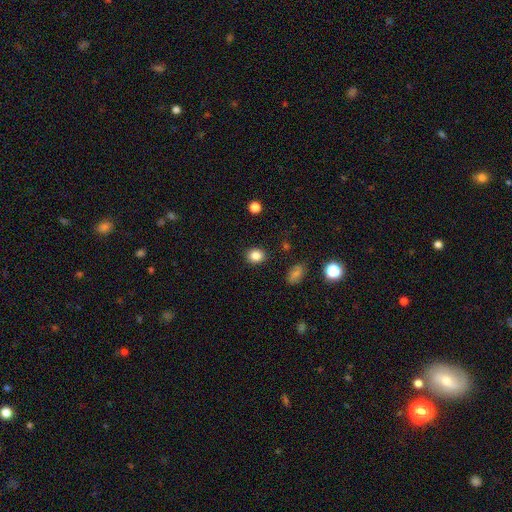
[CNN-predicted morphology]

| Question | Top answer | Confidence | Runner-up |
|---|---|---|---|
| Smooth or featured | smooth | 84% | star or artifact (11%) |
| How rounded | round | 66% | in between (33%) |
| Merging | none | 89% | minor disturbance (7%) |